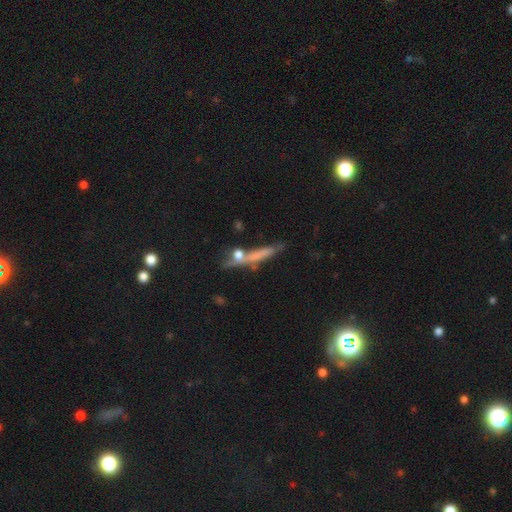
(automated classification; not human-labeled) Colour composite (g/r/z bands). It shows a smooth galaxy with no disk features (45%). Merging: none (61%).